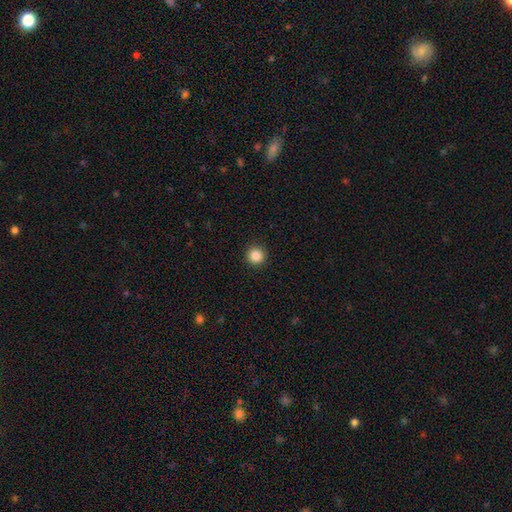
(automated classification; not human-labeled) Smooth or featured? Predicted: smooth (p=0.86). How rounded? Predicted: round (p=0.96). Merging? Predicted: none (p=0.93).